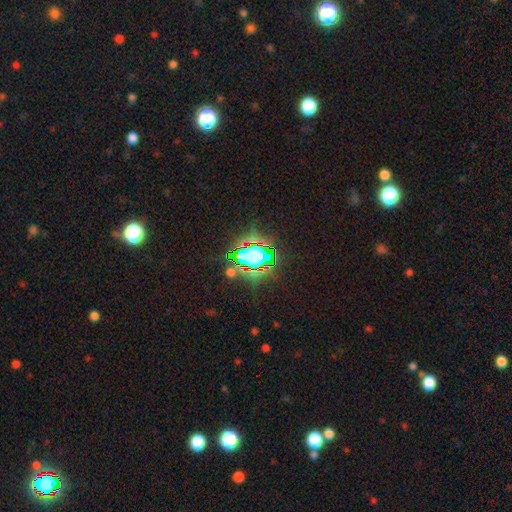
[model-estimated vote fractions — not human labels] Overall: star or artifact (66%).